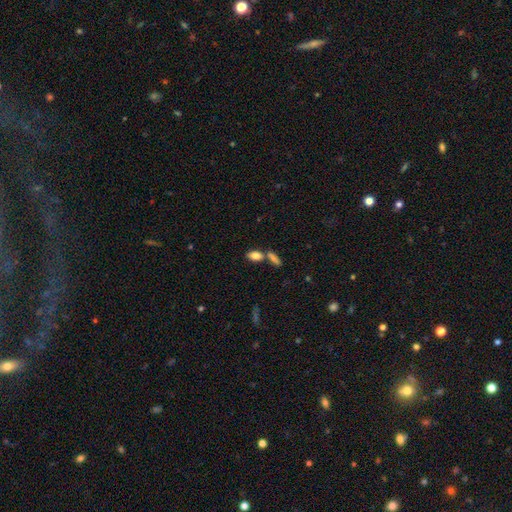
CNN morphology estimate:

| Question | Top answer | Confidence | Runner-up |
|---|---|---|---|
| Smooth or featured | smooth | 83% | featured or disk (8%) |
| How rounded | in between | 87% | cigar-shaped (7%) |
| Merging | none | 51% | merger (36%) |